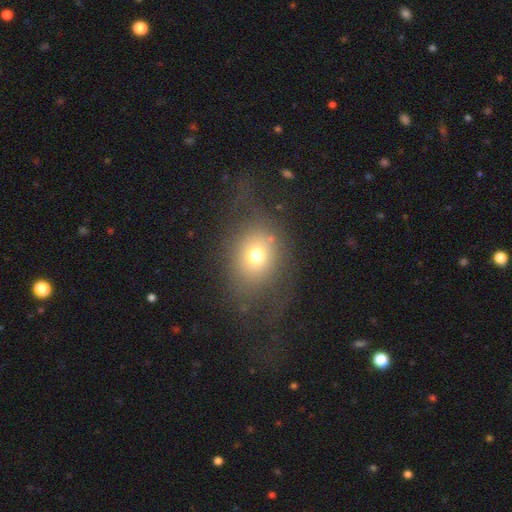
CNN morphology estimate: type=smooth (68%); roundness=round (55%); merging=none (58%).